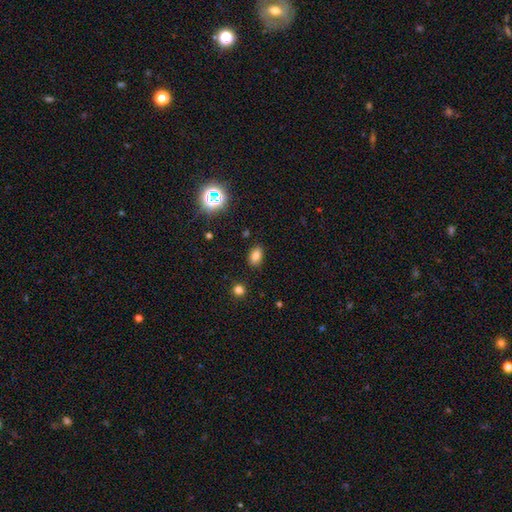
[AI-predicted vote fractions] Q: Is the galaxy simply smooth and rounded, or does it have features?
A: smooth — 78%.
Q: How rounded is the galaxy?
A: in between — 86%.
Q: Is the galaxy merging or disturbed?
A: none — 86%.